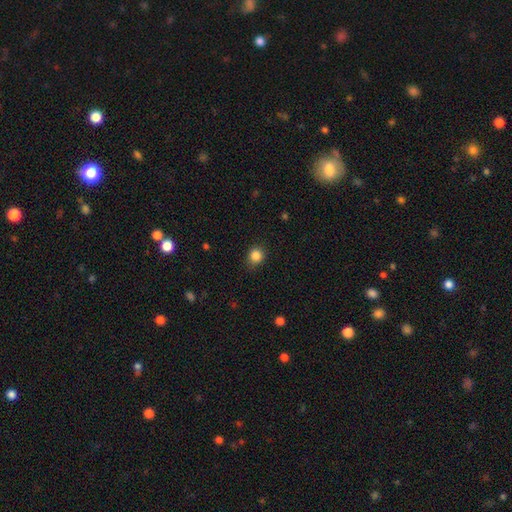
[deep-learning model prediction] This appears to be a smooth galaxy with no disk features (85%) that is round (82%). Merging: none (82%).